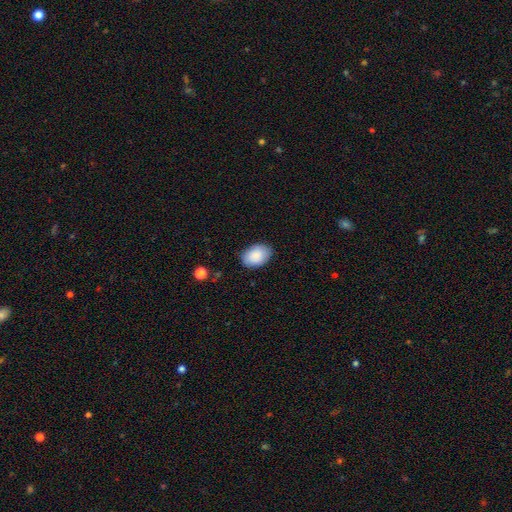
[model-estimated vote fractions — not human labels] smooth-or-featured: smooth: 89% | star or artifact: 6% | featured or disk: 5%
  how-rounded: in between: 84% | round: 15% | cigar-shaped: 1%
  merging: none: 85% | minor disturbance: 12% | major disturbance: 2% | merger: 1%